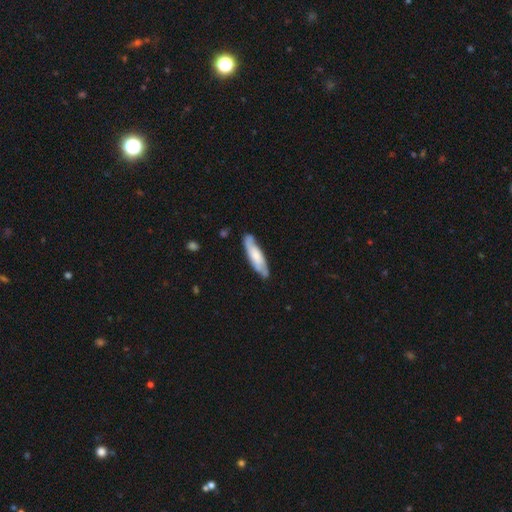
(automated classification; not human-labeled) A smooth galaxy with no disk features (54%) that is cigar-shaped (68%). Merging: none (76%).